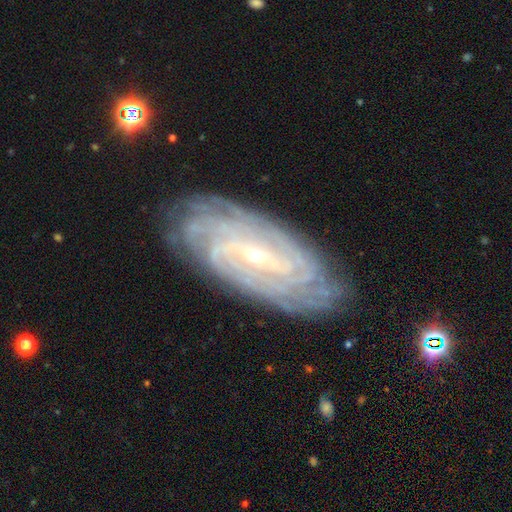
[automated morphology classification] Smooth or featured?
  - featured or disk: 90% *
  - smooth: 5%
  - star or artifact: 5%
Edge-on disk?
  - no: 94% *
  - yes: 6%
Bar?
  - weak: 44% *
  - strong: 31%
  - no: 25%
Spiral arms?
  - yes: 97% *
  - no: 3%
Spiral winding?
  - tight: 80% *
  - medium: 16%
  - loose: 4%
Spiral arm count?
  - can't tell: 26% *
  - 4: 23%
  - more than 4: 23%
  - 3: 10%
  - 2: 10%
  - 1: 7%
Bulge size?
  - small: 80% *
  - moderate: 17%
  - none: 1%
  - large: 1%
  - dominant: 1%
Merging?
  - none: 83% *
  - minor disturbance: 13%
  - major disturbance: 3%
  - merger: 1%